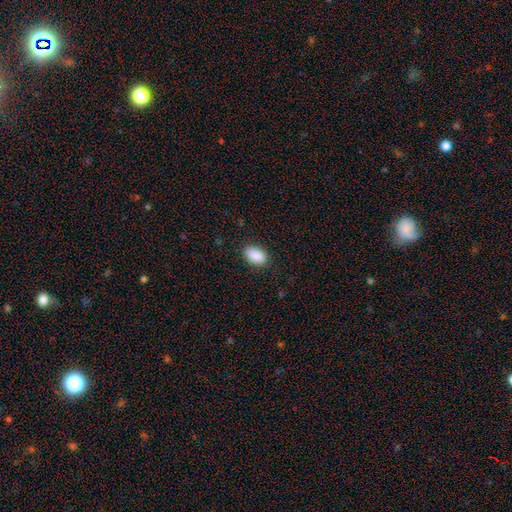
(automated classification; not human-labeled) Smooth or featured?
  - smooth: 90% *
  - star or artifact: 7%
  - featured or disk: 3%
How rounded?
  - in between: 91% *
  - round: 7%
  - cigar-shaped: 2%
Merging?
  - none: 86% *
  - minor disturbance: 11%
  - major disturbance: 3%
  - merger: 1%